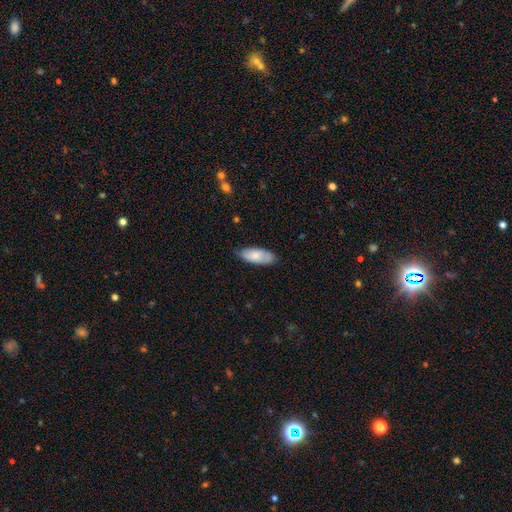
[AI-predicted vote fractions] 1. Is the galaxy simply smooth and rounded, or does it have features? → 77% smooth, 17% featured or disk, 6% star or artifact.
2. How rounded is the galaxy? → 83% in between, 16% cigar-shaped, 2% round.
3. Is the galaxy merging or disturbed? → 76% none, 20% minor disturbance, 3% major disturbance, 1% merger.